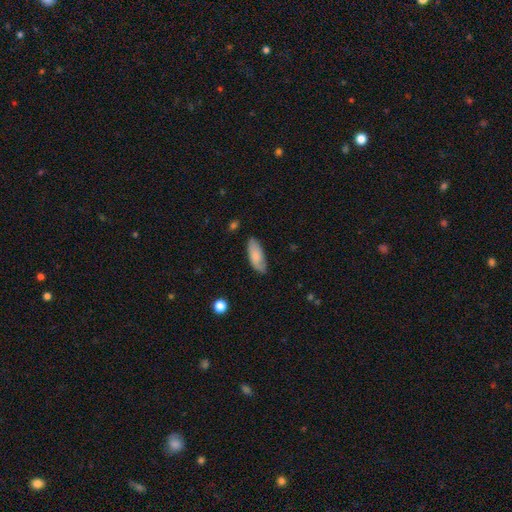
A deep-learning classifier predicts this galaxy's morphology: smooth_or_featured: smooth (p=0.79) [alt: featured or disk p=0.15]
how_rounded: in between (p=0.80) [alt: cigar-shaped p=0.18]
merging: none (p=0.77) [alt: minor disturbance p=0.18]